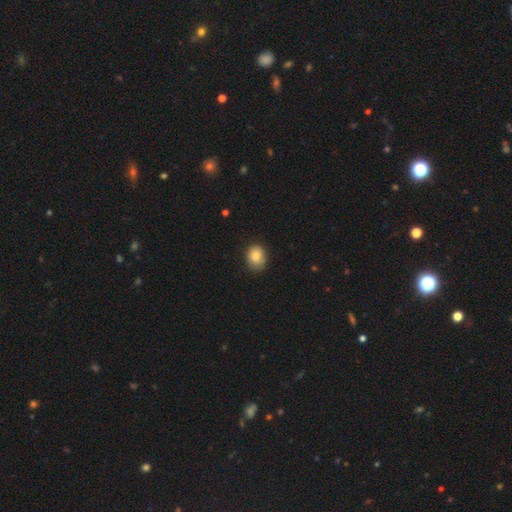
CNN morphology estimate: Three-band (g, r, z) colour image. It shows a smooth galaxy with no disk features (84%) that is round (51%). Merging: none (74%).